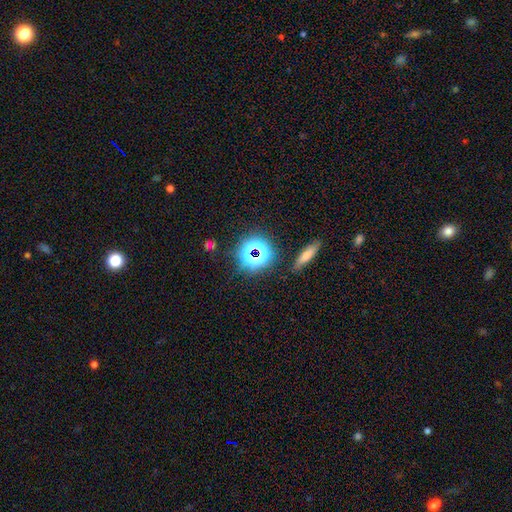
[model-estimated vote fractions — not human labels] Smooth or featured? Predicted: star or artifact (p=0.61).